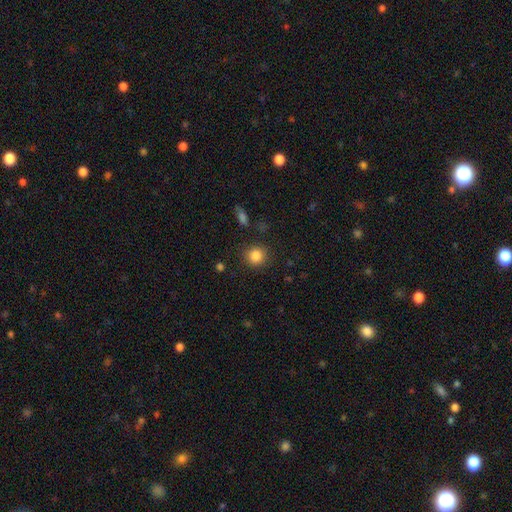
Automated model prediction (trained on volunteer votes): Morphology: type=smooth (85%); roundness=round (90%); merging=none (87%).